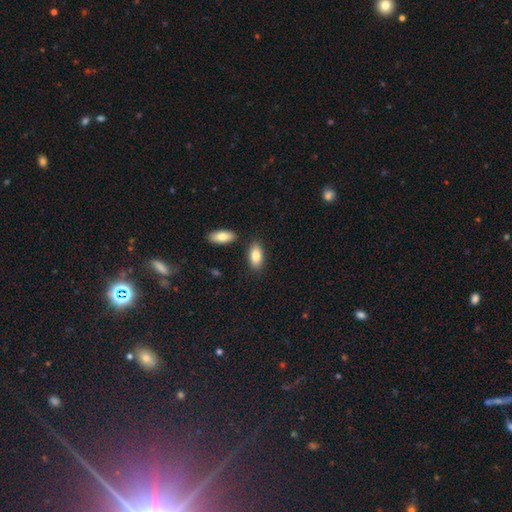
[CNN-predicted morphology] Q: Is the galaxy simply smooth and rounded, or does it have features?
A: smooth — 84%.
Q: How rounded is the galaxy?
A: in between — 90%.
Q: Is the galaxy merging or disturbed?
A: none — 79%.